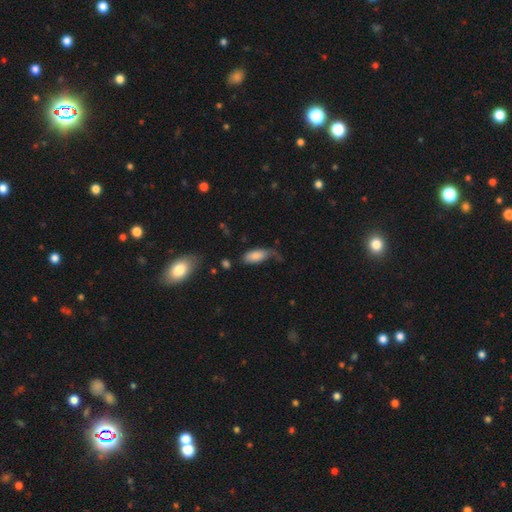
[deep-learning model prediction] This is clearly a smooth galaxy (81%). How rounded: clearly in between (87%). Merging: marginally minor disturbance (37%, tied with none).